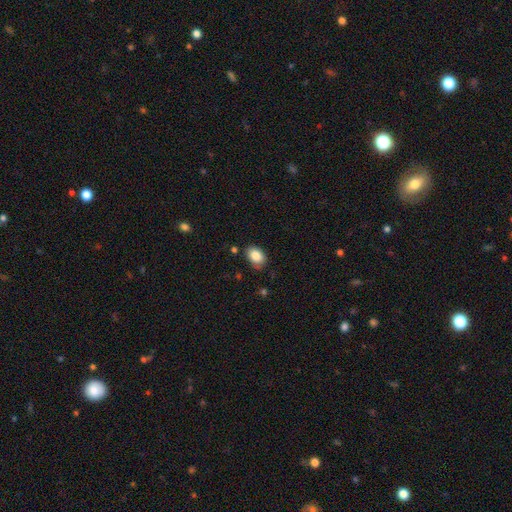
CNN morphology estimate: The model was most divided on "merging": none: 78%, minor disturbance: 16%, major disturbance: 3%, merger: 2%. More confident: smooth or featured — smooth (86%); how rounded — in between (83%).